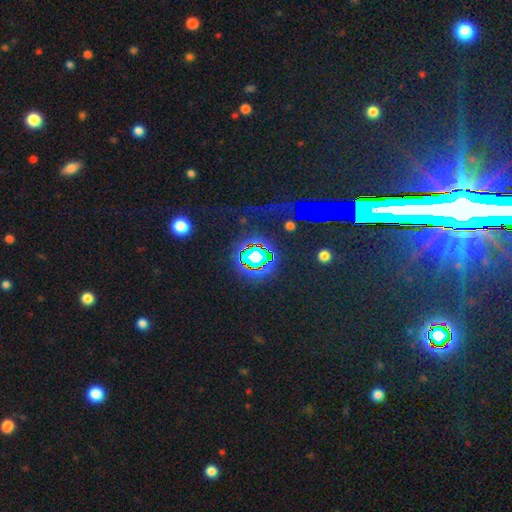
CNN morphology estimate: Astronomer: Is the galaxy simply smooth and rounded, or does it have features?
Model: star or artifact — 80%.